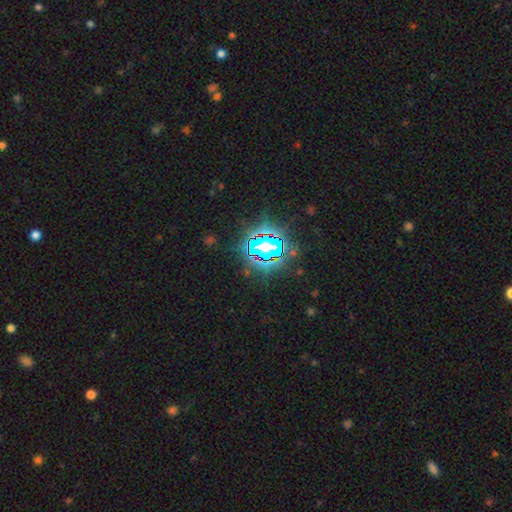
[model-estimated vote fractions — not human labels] Smooth or featured? Predicted: star or artifact (p=0.84).